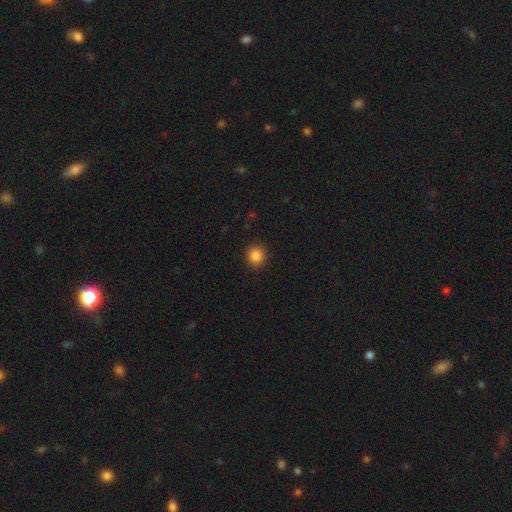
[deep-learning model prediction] Smooth or featured: smooth — 86% (star or artifact — 11%)
How rounded: round — 89% (in between — 10%)
Merging: none — 91% (minor disturbance — 6%)